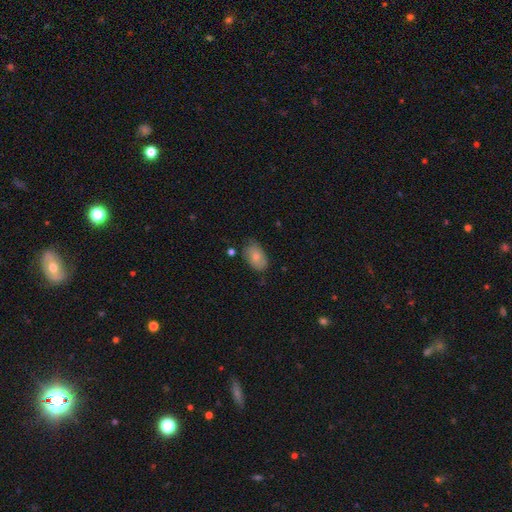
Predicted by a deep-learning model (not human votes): Morphology: type=smooth (69%); roundness=in between (87%); merging=none (73%).